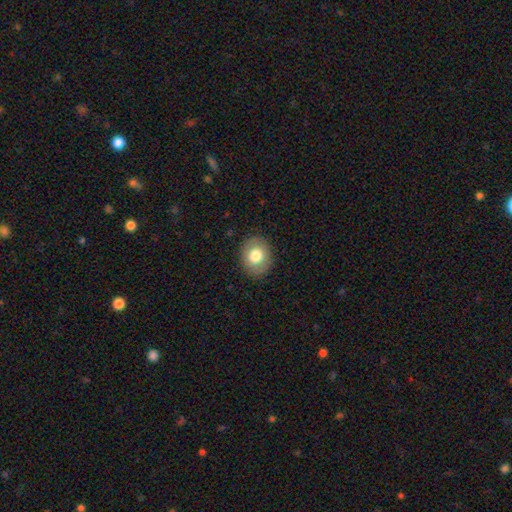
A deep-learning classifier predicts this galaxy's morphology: Smooth or featured?
  - smooth: 77% *
  - featured or disk: 15%
  - star or artifact: 8%
How rounded?
  - round: 55% *
  - in between: 44%
  - cigar-shaped: 1%
Merging?
  - none: 88% *
  - minor disturbance: 8%
  - major disturbance: 3%
  - merger: 1%